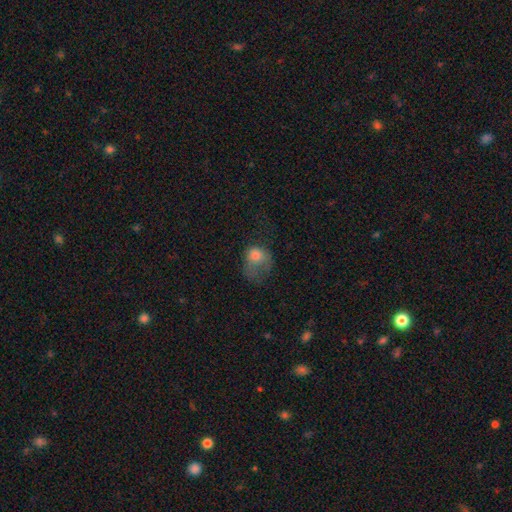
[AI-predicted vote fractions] The model was most divided on "how rounded": round: 50%, in between: 49%, cigar-shaped: 1%. More confident: smooth or featured — smooth (70%); merging — major disturbance (56%).